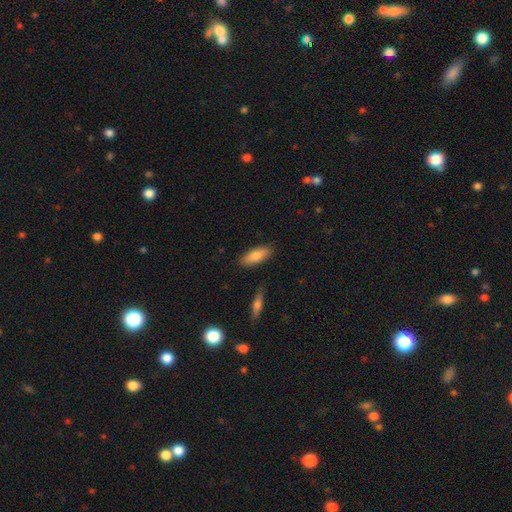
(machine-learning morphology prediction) Q: Smooth or featured?
A: smooth (78%); runner-up: featured or disk (16%)
Q: How rounded?
A: in between (73%); runner-up: cigar-shaped (25%)
Q: Merging?
A: none (84%); runner-up: minor disturbance (11%)